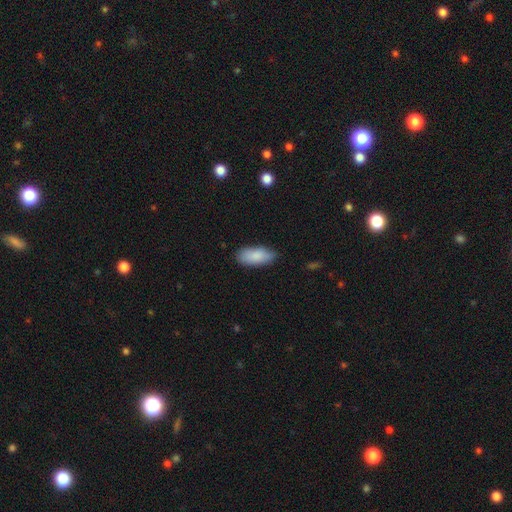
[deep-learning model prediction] Smooth or featured?
  - smooth: 87% *
  - featured or disk: 8%
  - star or artifact: 6%
How rounded?
  - in between: 86% *
  - cigar-shaped: 12%
  - round: 2%
Merging?
  - none: 78% *
  - minor disturbance: 18%
  - major disturbance: 3%
  - merger: 1%